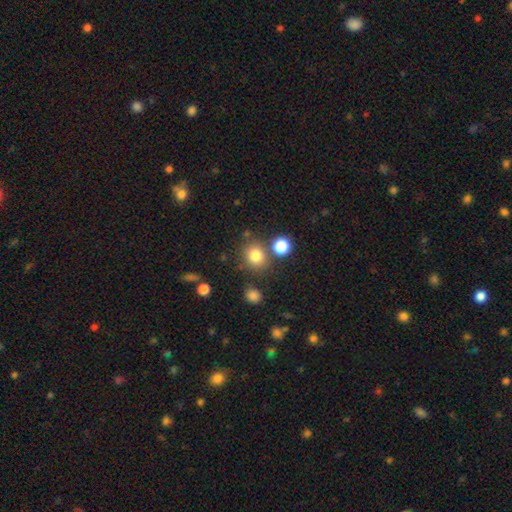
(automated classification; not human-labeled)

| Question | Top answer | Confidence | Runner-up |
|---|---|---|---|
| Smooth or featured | smooth | 80% | star or artifact (13%) |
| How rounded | round | 80% | in between (19%) |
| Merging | none | 75% | merger (12%) |